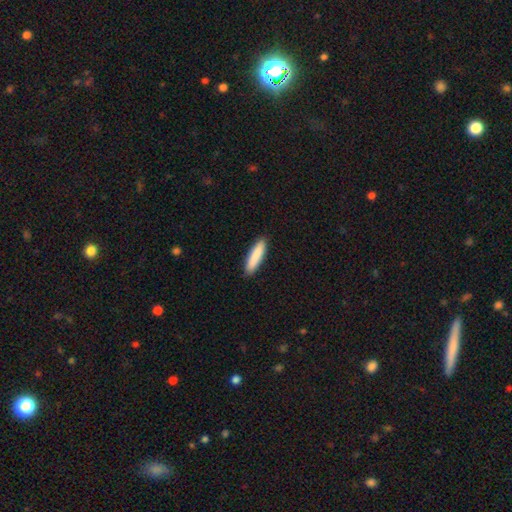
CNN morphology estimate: A smooth galaxy with no disk features (88%) that is cigar-shaped (78%).

Vote fractions:
- Smooth or featured? smooth: 88% / featured or disk: 7% / star or artifact: 5%
- How rounded? cigar-shaped: 78% / in between: 20% / round: 1%
- Merging? none: 90% / minor disturbance: 7% / major disturbance: 1% / merger: 1%